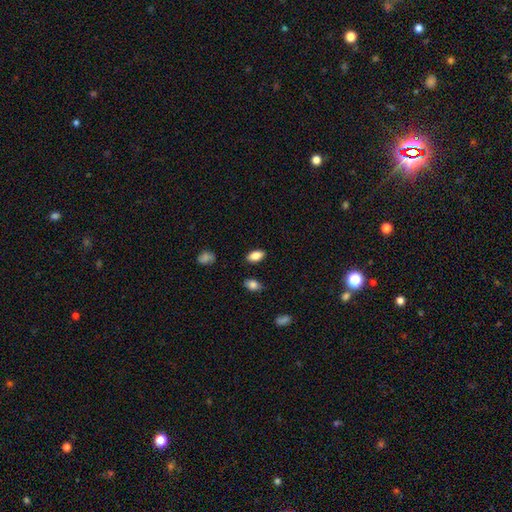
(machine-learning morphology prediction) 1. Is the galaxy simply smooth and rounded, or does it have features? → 84% smooth, 8% star or artifact, 8% featured or disk.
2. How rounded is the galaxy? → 92% in between, 5% round, 4% cigar-shaped.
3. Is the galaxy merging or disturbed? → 86% none, 9% minor disturbance, 2% major disturbance, 2% merger.